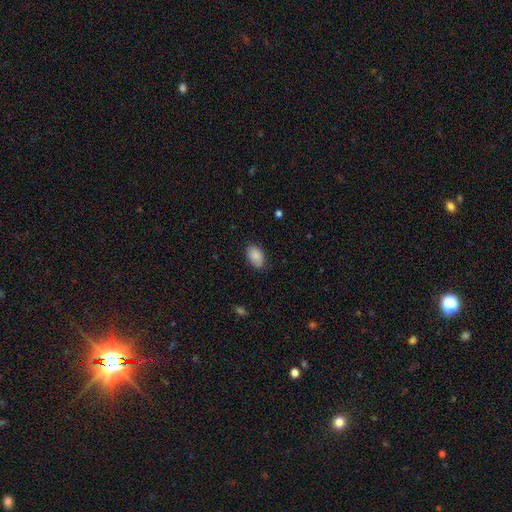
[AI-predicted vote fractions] A smooth galaxy with no disk features (88%) that is in between round and cigar-shaped (91%). Merging: none (82%).